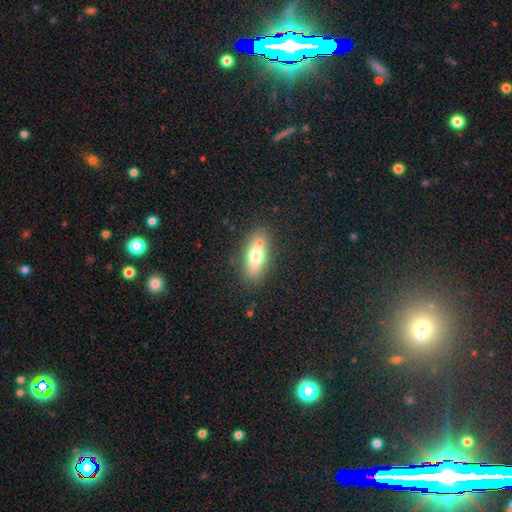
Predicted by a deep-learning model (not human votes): This is likely a smooth galaxy (68%). How rounded: likely in between (74%). Merging: likely none (75%).